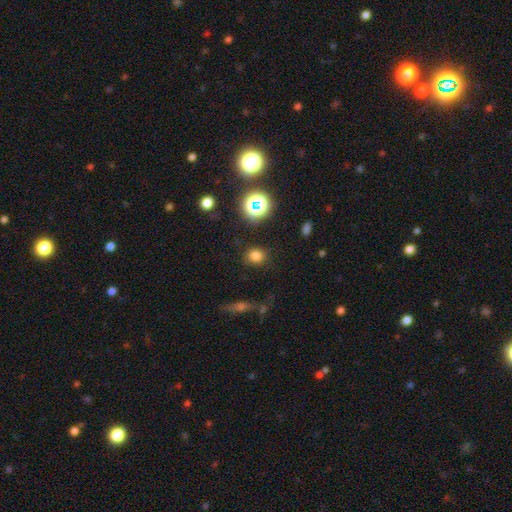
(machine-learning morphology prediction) The model was most divided on "smooth or featured": smooth: 75%, star or artifact: 20%, featured or disk: 6%. More confident: merging — none (85%); how rounded — round (77%).